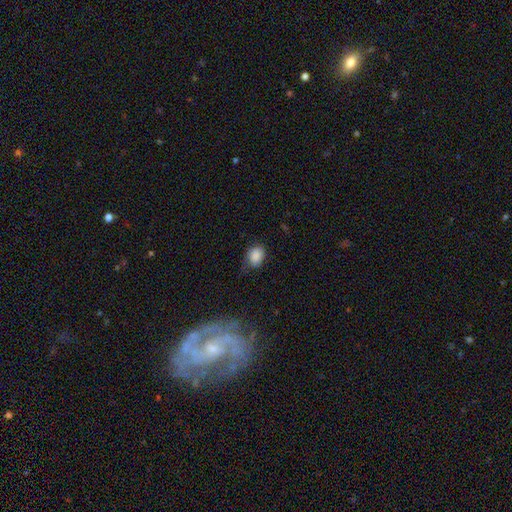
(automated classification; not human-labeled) smooth-or-featured: smooth: 86% | star or artifact: 8% | featured or disk: 6%
  how-rounded: in between: 67% | round: 32% | cigar-shaped: 1%
  merging: none: 56% | minor disturbance: 33% | major disturbance: 9% | merger: 2%